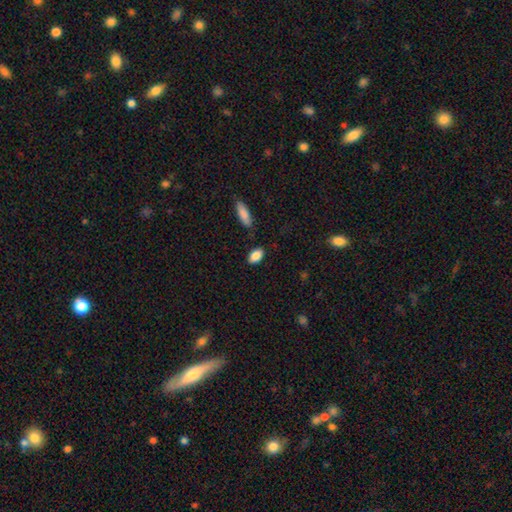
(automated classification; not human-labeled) Smooth or featured? Predicted: smooth (p=0.88). How rounded? Predicted: in between (p=0.90). Merging? Predicted: none (p=0.85).